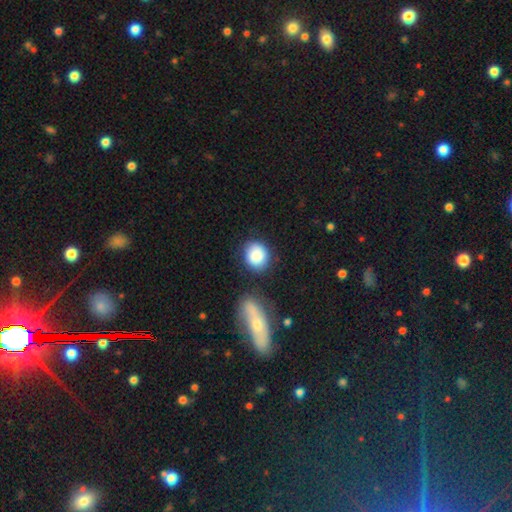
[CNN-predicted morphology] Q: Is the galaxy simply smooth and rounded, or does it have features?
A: smooth — 85%.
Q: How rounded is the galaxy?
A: round — 72%.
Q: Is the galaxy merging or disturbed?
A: none — 72%.